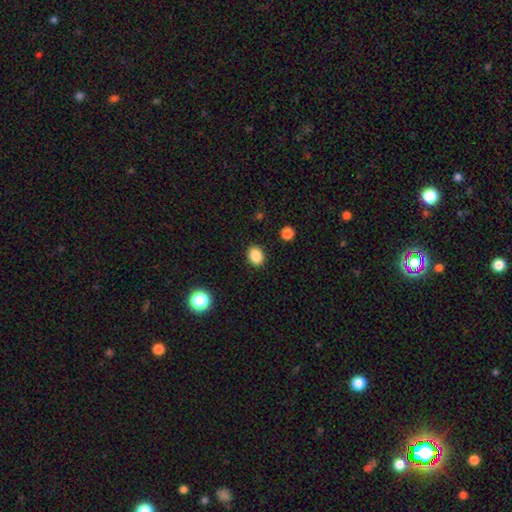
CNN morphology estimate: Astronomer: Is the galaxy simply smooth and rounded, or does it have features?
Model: smooth — 86%.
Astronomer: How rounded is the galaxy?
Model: in between — 58% (runner-up: round, 41%).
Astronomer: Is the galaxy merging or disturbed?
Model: none — 89%.